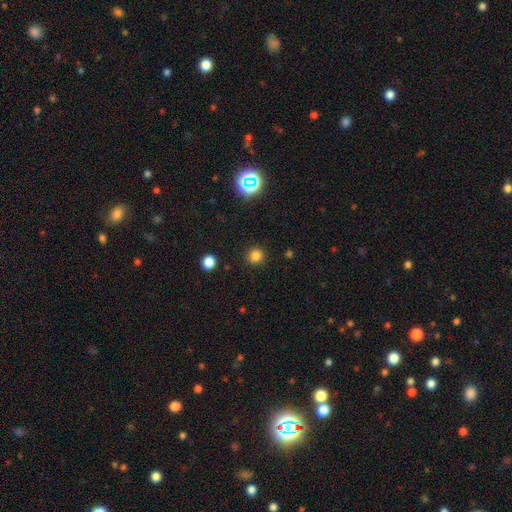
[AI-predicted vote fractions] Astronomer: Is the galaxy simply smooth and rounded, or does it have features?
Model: smooth — 80%.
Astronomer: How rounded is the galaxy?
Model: round — 94%.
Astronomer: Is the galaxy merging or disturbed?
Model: none — 91%.